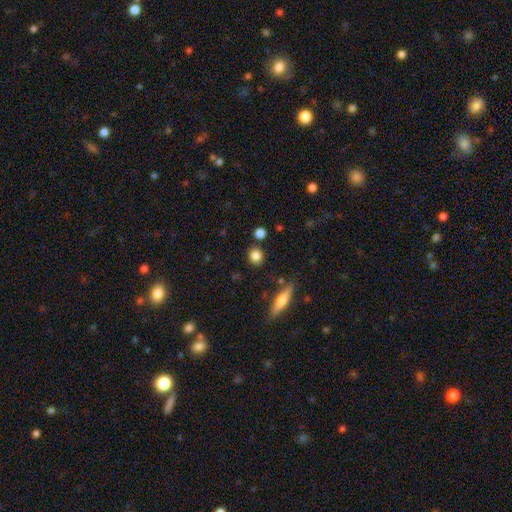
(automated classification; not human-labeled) Morphology: type=smooth (84%); roundness=round (78%); merging=none (84%).